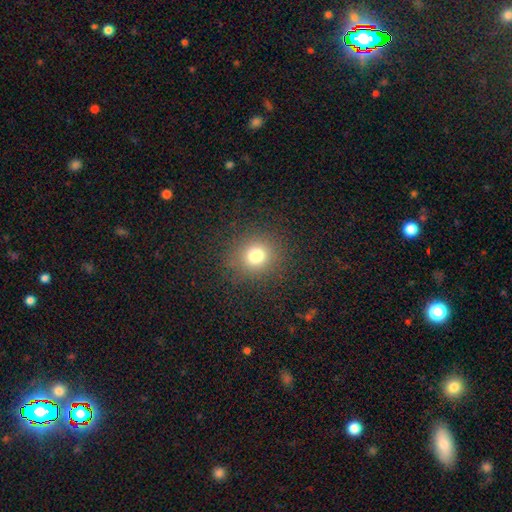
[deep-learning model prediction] Smooth or featured? smooth (76%)
How rounded? round (87%)
Merging? none (88%)